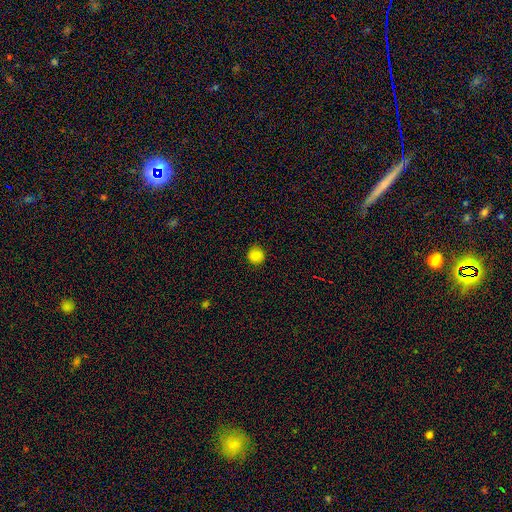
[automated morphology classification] This is clearly a smooth galaxy (84%). How rounded: clearly round (91%). Merging: clearly none (89%).